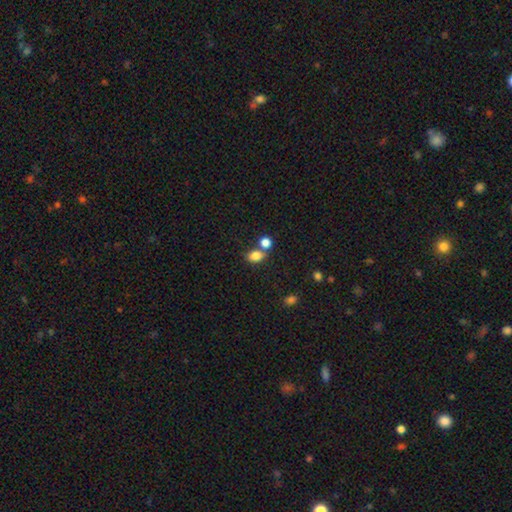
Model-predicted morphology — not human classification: The model was most divided on "merging": none: 53%, merger: 32%, minor disturbance: 12%, major disturbance: 4%. More confident: smooth or featured — smooth (82%); how rounded — in between (69%).